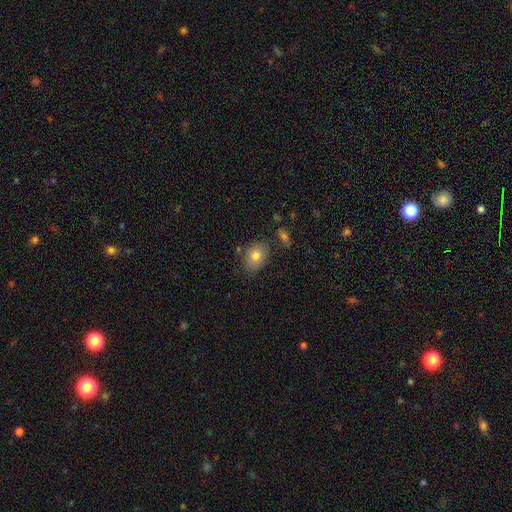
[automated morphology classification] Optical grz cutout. It shows a smooth galaxy with no disk features (79%) that is in between round and cigar-shaped (73%). Merging: none (74%).